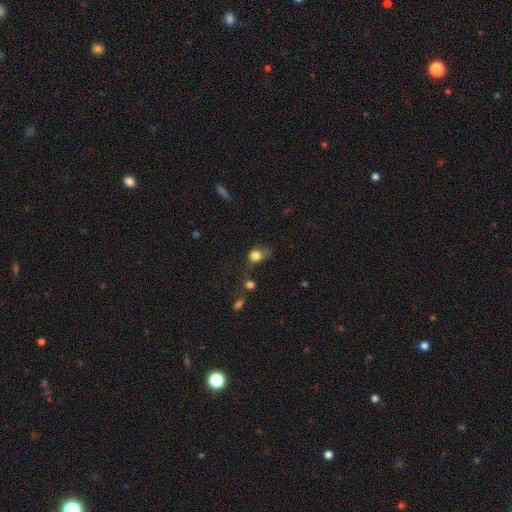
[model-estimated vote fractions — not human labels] Overall: smooth (80%). How rounded: round (57%; in between 42%). Merging: none (34%; minor disturbance 30%).